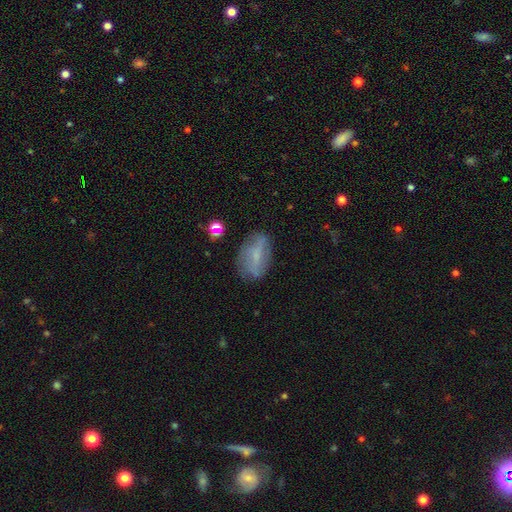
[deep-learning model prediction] Smooth or featured? Predicted: smooth (p=0.50). How rounded? Predicted: in between (p=0.85). Merging? Predicted: none (p=0.68).